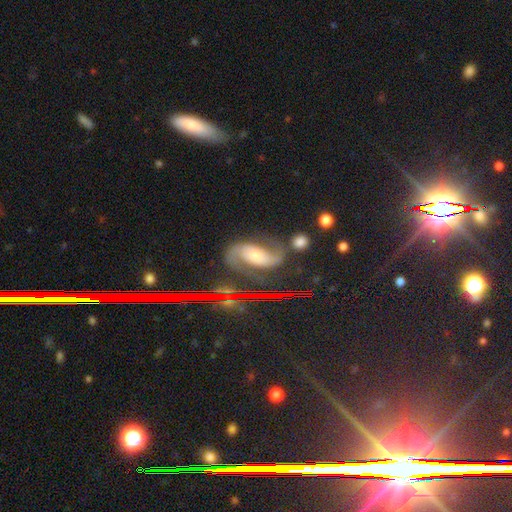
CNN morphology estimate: type=featured or disk (81%); edge-on=no (97%); bar=no (48%); spiral arms=yes (96%); winding=medium (50%); arm count=2 (93%); bulge=small (39%); merging=none (66%).